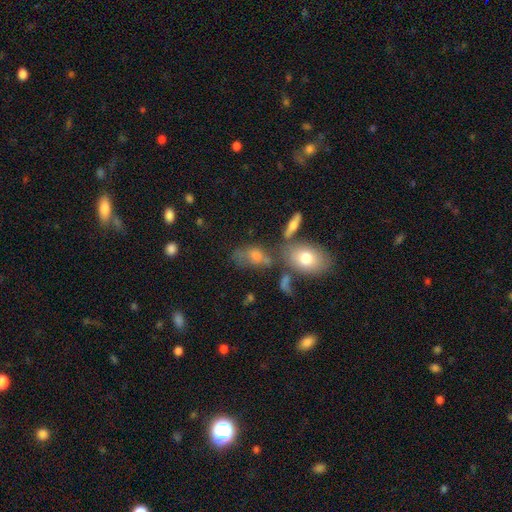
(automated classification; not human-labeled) This appears to be a smooth galaxy with no disk features (62%) that is in between round and cigar-shaped (82%). Merging: none (41%).